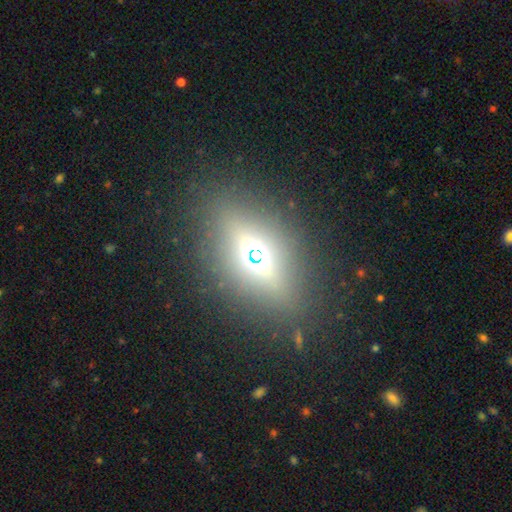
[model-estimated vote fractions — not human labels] The model was most divided on "smooth or featured": smooth: 44%, star or artifact: 29%, featured or disk: 27%. More confident: merging — none (83%).